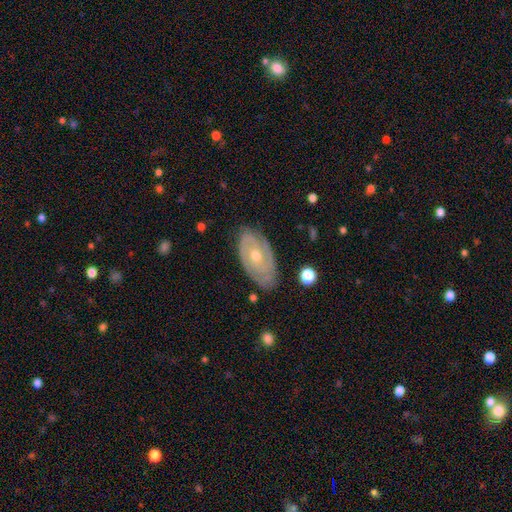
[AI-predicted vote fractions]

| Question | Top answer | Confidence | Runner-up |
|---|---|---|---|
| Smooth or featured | featured or disk | 80% | smooth (15%) |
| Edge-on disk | no | 93% | yes (7%) |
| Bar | no | 72% | weak (23%) |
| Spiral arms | yes | 86% | no (14%) |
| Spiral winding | tight | 69% | medium (24%) |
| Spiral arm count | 2 | 49% | can't tell (31%) |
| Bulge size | moderate | 57% | small (40%) |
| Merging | none | 78% | minor disturbance (17%) |